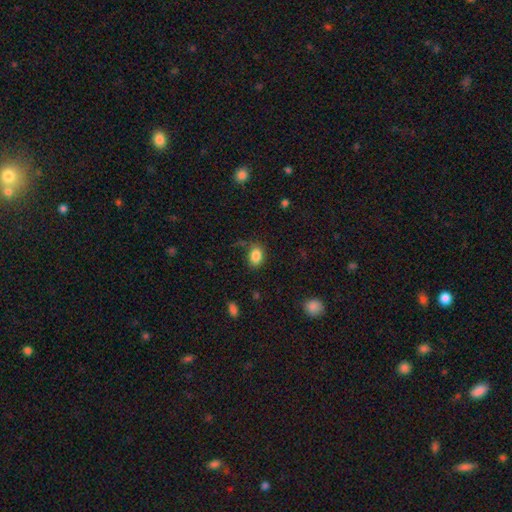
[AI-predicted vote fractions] The model was most divided on "merging": none: 71%, minor disturbance: 19%, major disturbance: 7%, merger: 3%. More confident: smooth or featured — smooth (85%); how rounded — in between (78%).